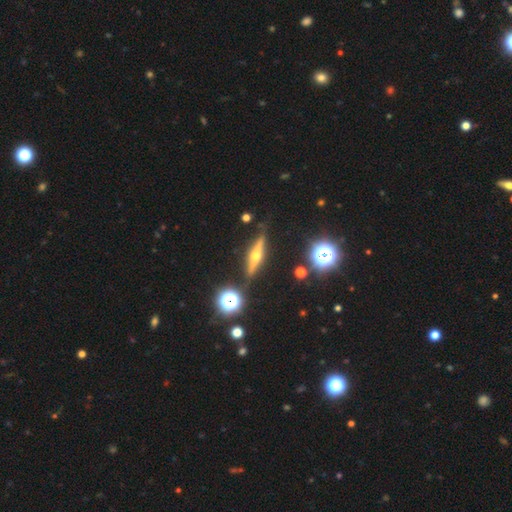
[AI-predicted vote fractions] smooth-or-featured: featured or disk: 72% | smooth: 19% | star or artifact: 9%
  disk-edge-on: yes: 96% | no: 4%
    edge-on-bulge: rounded: 94% | none: 3% | boxy: 3%
  merging: none: 86% | minor disturbance: 9% | merger: 2% | major disturbance: 2%